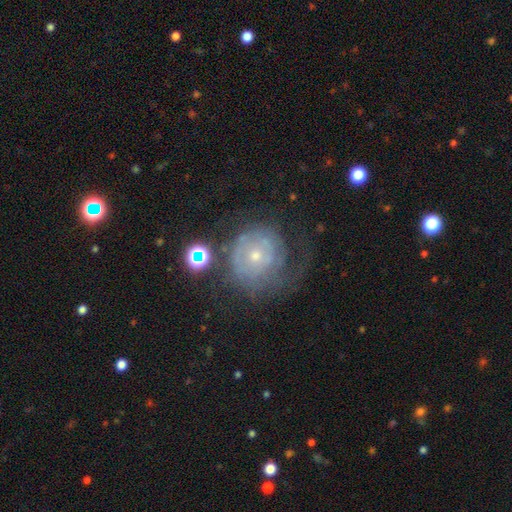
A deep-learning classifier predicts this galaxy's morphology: This appears to be a featured or disk galaxy (65%) with no bar (83%), spiral arms (70%) and a small central bulge (61%). Merging: none (46%).